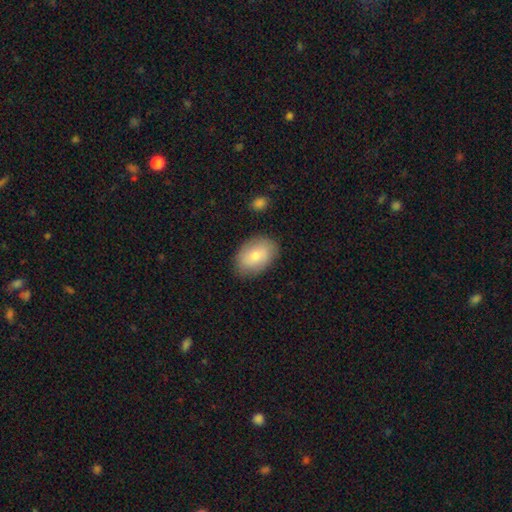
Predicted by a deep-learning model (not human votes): smooth-or-featured: smooth: 76% | featured or disk: 17% | star or artifact: 6%
  how-rounded: in between: 87% | round: 12% | cigar-shaped: 1%
  merging: none: 83% | minor disturbance: 13% | major disturbance: 3% | merger: 2%